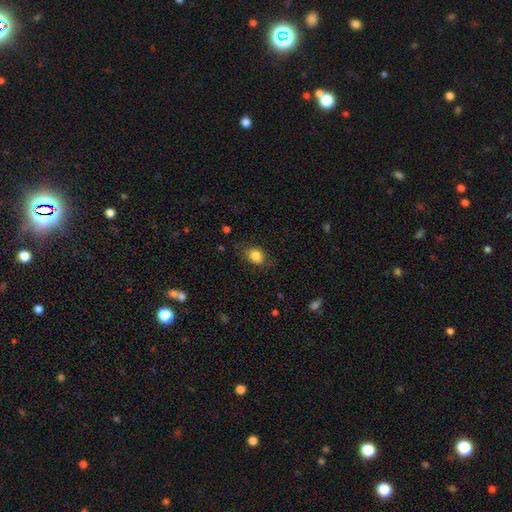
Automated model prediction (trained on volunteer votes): Q: Smooth or featured?
A: smooth (83%); runner-up: star or artifact (9%)
Q: How rounded?
A: in between (67%); runner-up: round (31%)
Q: Merging?
A: none (72%); runner-up: minor disturbance (19%)